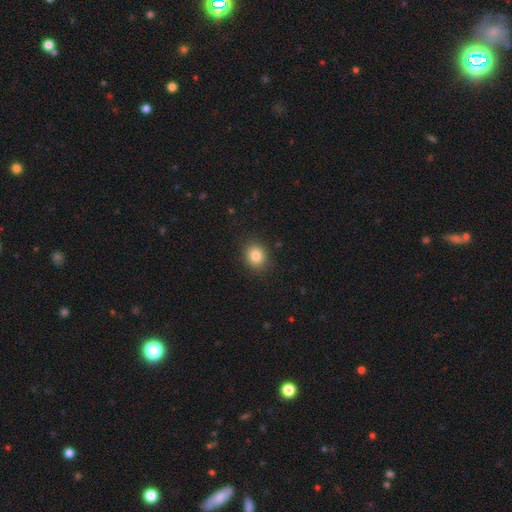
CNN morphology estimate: type=smooth (84%); roundness=round (69%); merging=none (88%).